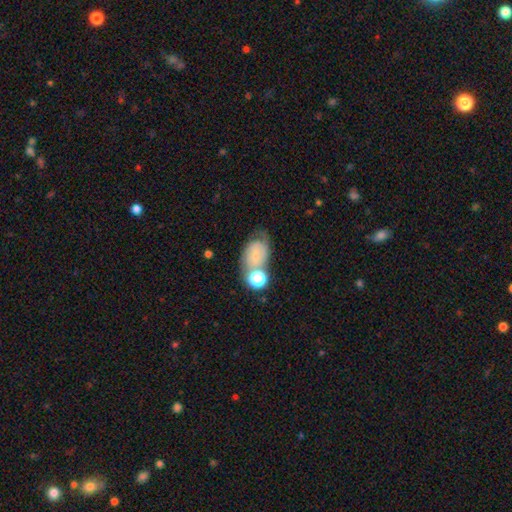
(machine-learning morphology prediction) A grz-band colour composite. It shows a smooth galaxy with no disk features (47%). Merging: none (42%).